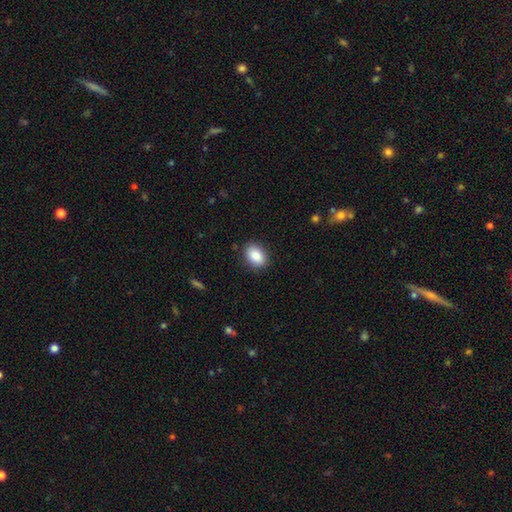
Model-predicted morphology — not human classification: smooth_or_featured: smooth (p=0.87) [alt: star or artifact p=0.08]
how_rounded: in between (p=0.81) [alt: round p=0.18]
merging: none (p=0.87) [alt: minor disturbance p=0.10]